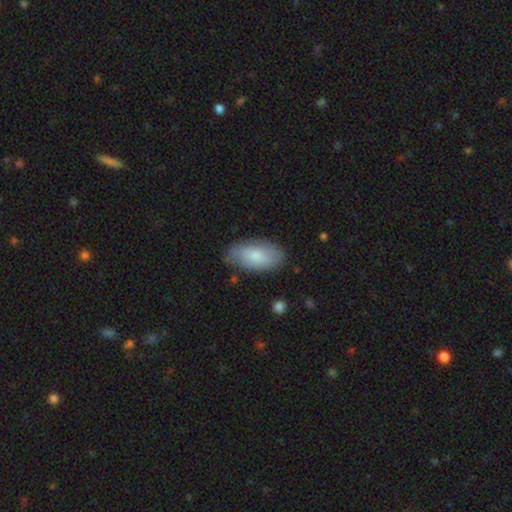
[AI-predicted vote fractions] Q: Smooth or featured?
A: smooth (74%); runner-up: featured or disk (20%)
Q: How rounded?
A: in between (93%); runner-up: cigar-shaped (4%)
Q: Merging?
A: none (76%); runner-up: minor disturbance (19%)